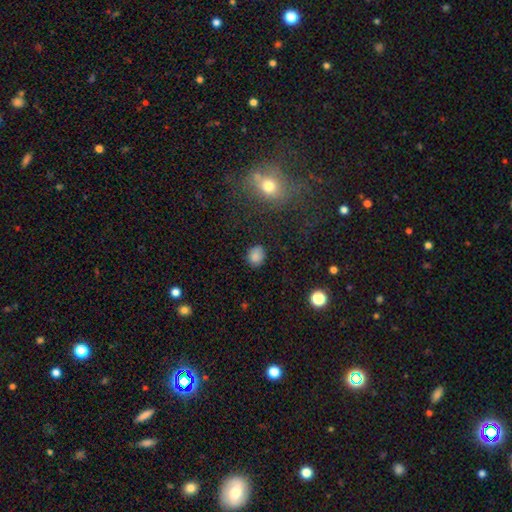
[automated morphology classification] This appears to be a smooth galaxy with no disk features (83%) that is round (72%). Merging: none (81%).